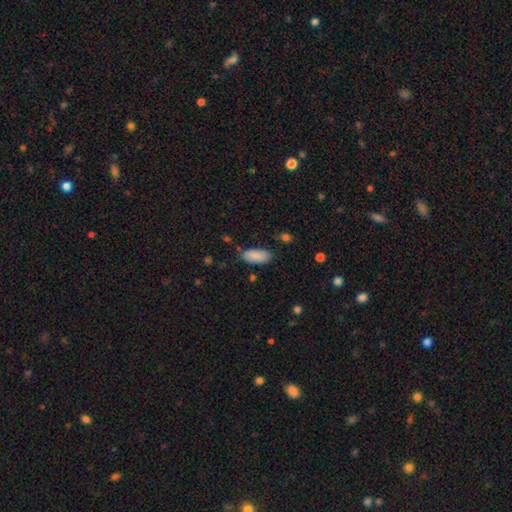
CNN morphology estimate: A smooth galaxy with no disk features (89%) that is in between round and cigar-shaped (90%). Merging: none (78%).